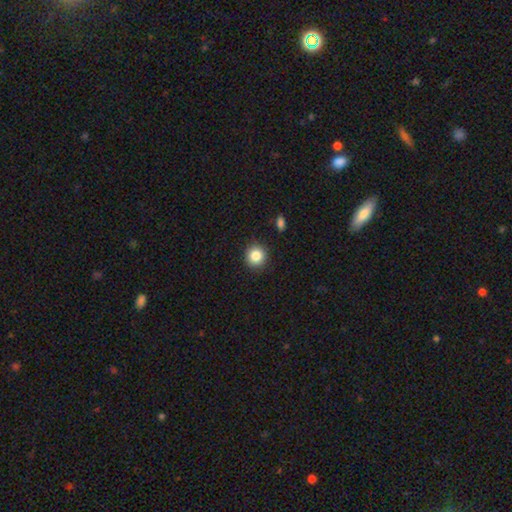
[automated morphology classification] Smooth or featured: smooth — 85% (star or artifact — 10%)
How rounded: round — 91% (in between — 8%)
Merging: none — 90% (minor disturbance — 7%)